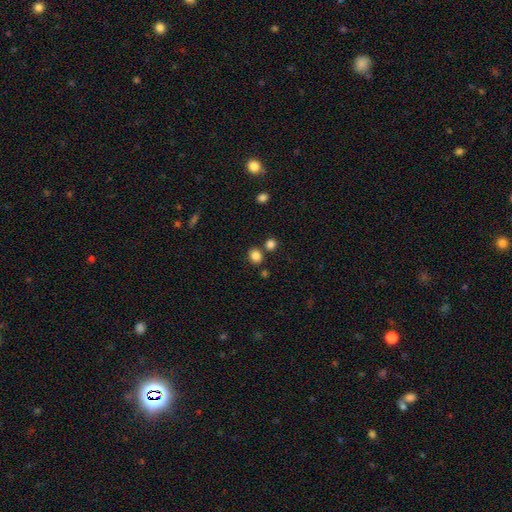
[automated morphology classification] type=smooth (84%); roundness=round (71%); merging=none (76%).